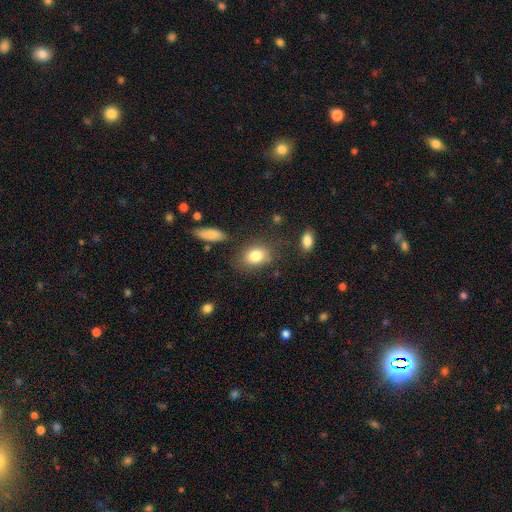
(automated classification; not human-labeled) A smooth galaxy with no disk features (82%) that is in between round and cigar-shaped (71%). Merging: none (74%).